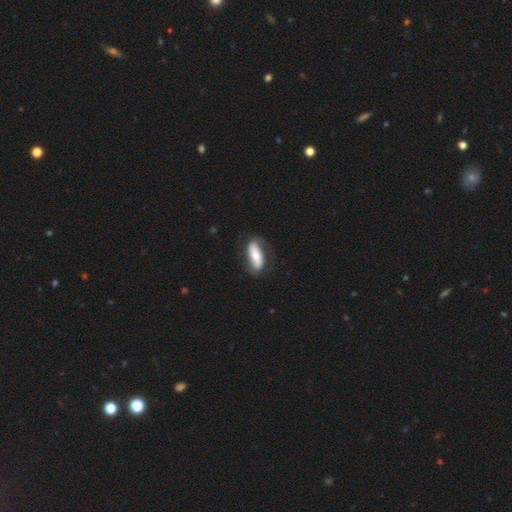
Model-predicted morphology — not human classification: A smooth galaxy with no disk features (49%).

Vote fractions:
- Smooth or featured? smooth: 49% / featured or disk: 46% / star or artifact: 5%
- Merging? none: 73% / minor disturbance: 19% / major disturbance: 6% / merger: 1%